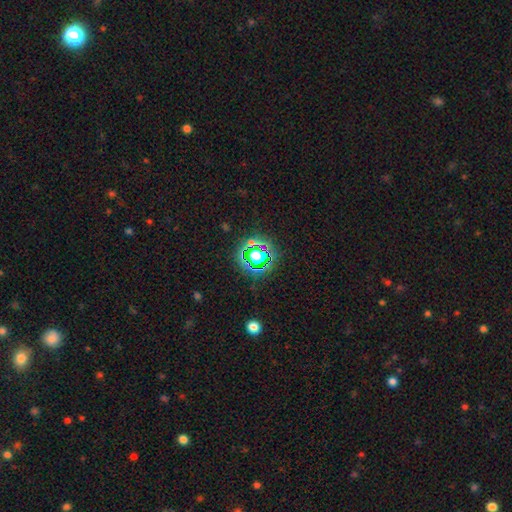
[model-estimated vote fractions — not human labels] This is possibly a star or artifact rather than a galaxy (56%).